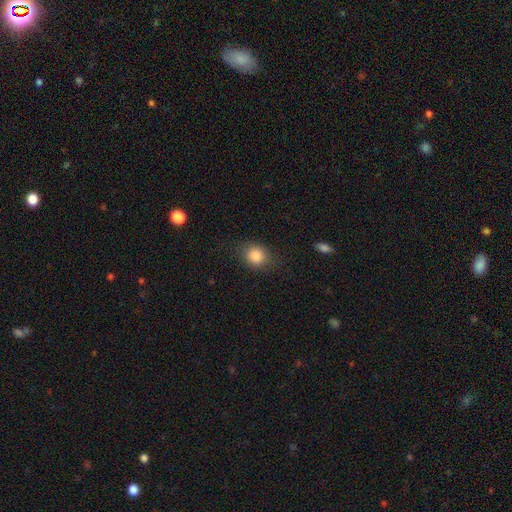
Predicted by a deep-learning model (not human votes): Smooth or featured?
  - smooth: 84% *
  - star or artifact: 10%
  - featured or disk: 6%
How rounded?
  - round: 72% *
  - in between: 27%
  - cigar-shaped: 1%
Merging?
  - none: 81% *
  - minor disturbance: 13%
  - major disturbance: 4%
  - merger: 1%